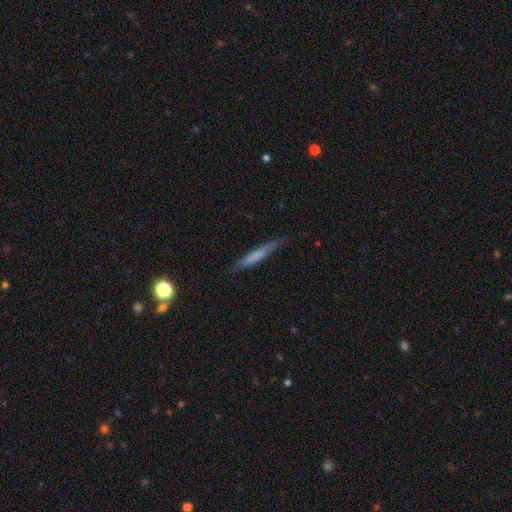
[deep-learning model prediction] Smooth or featured?
  - smooth: 63% *
  - featured or disk: 31%
  - star or artifact: 6%
How rounded?
  - cigar-shaped: 94% *
  - in between: 4%
  - round: 1%
Merging?
  - none: 82% *
  - minor disturbance: 14%
  - major disturbance: 3%
  - merger: 1%